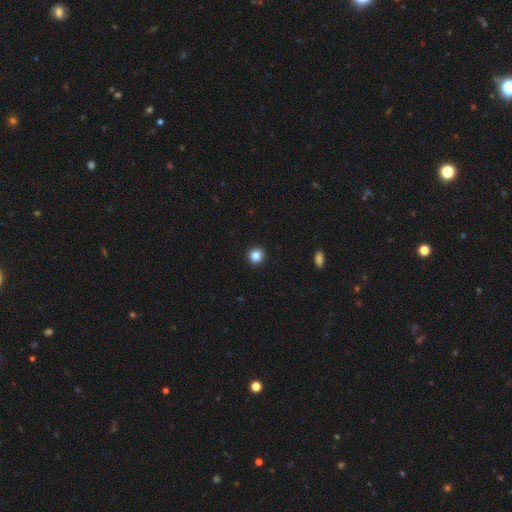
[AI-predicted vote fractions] A smooth galaxy with no disk features (85%) that is round (92%).

Vote fractions:
- Smooth or featured? smooth: 85% / star or artifact: 11% / featured or disk: 4%
- How rounded? round: 92% / in between: 7% / cigar-shaped: 1%
- Merging? none: 93% / minor disturbance: 4% / major disturbance: 1% / merger: 1%